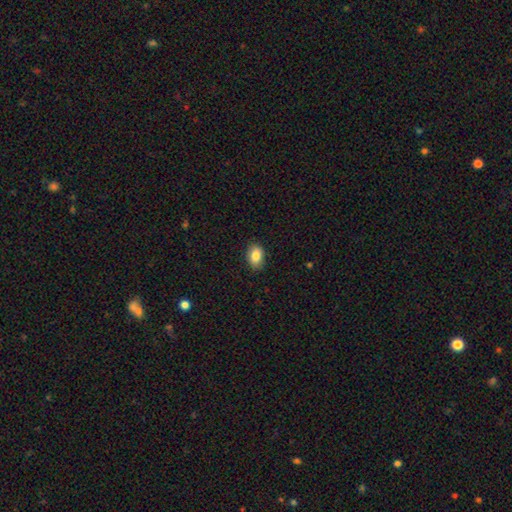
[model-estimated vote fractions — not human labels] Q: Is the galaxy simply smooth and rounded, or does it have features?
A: smooth — 85%.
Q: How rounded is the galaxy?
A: in between — 82%.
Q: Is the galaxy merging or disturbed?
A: none — 87%.